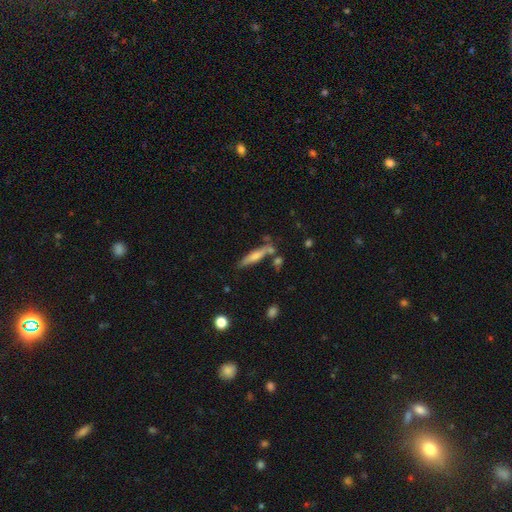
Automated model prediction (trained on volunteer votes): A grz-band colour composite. It shows a smooth galaxy with no disk features (49%). Merging: none (69%).